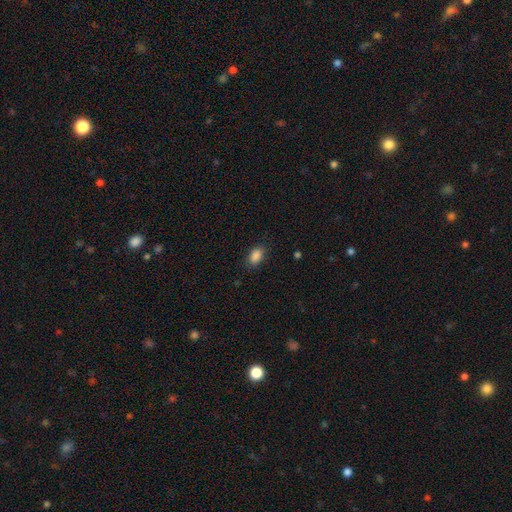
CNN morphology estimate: Q: Smooth or featured?
A: smooth (88%); runner-up: star or artifact (9%)
Q: How rounded?
A: in between (90%); runner-up: round (7%)
Q: Merging?
A: none (85%); runner-up: minor disturbance (11%)